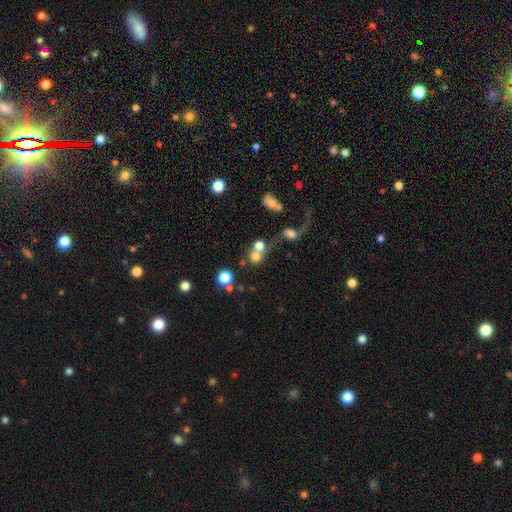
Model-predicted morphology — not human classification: This is likely a smooth galaxy (69%). How rounded: clearly round (86%). Merging: possibly merger (48%).